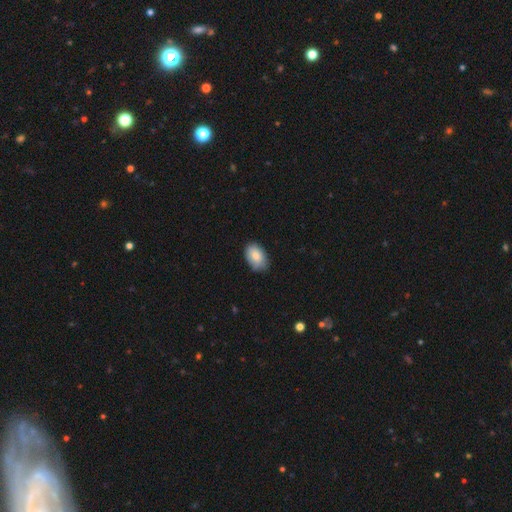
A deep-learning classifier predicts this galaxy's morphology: A smooth galaxy with no disk features (82%) that is in between round and cigar-shaped (86%).

Vote fractions:
- Smooth or featured? smooth: 82% / featured or disk: 11% / star or artifact: 7%
- How rounded? in between: 86% / round: 13% / cigar-shaped: 1%
- Merging? none: 75% / minor disturbance: 21% / major disturbance: 3% / merger: 1%